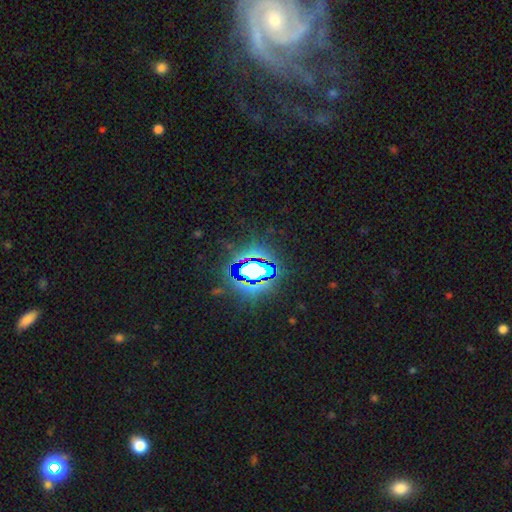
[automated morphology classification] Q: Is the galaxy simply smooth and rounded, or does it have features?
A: star or artifact — 77%.